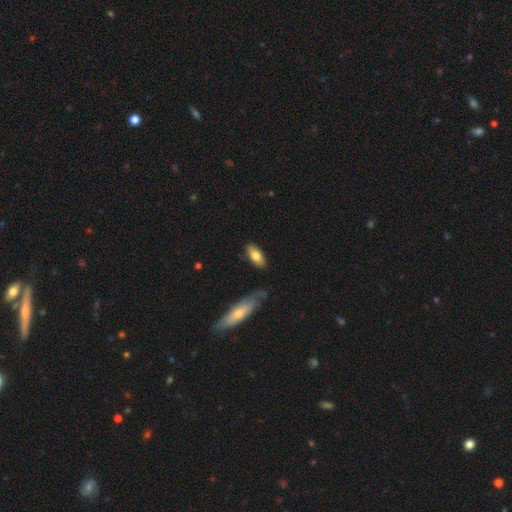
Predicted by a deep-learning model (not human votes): Smooth or featured? Predicted: smooth (p=0.76). How rounded? Predicted: in between (p=0.83). Merging? Predicted: none (p=0.81).